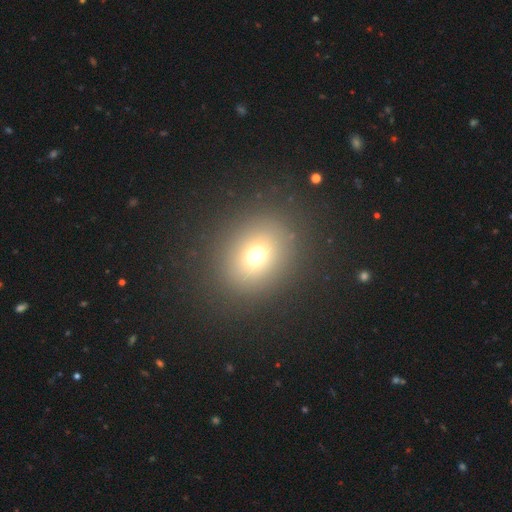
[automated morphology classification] Overall: smooth (69%). How rounded: round (69%; in between 30%). Merging: none (86%).